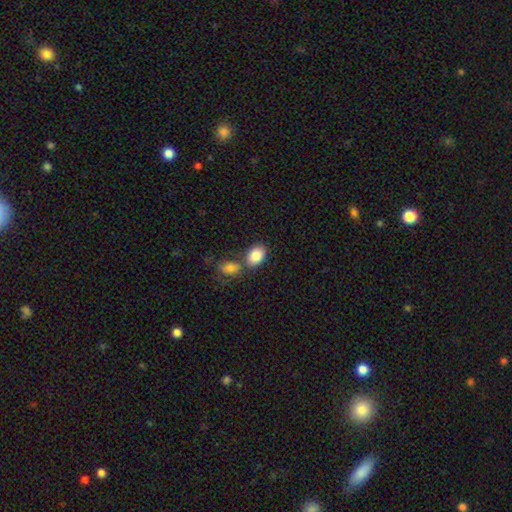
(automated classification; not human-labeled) Overall: smooth (84%). How rounded: in between (82%). Merging: none (54%; merger 31%).